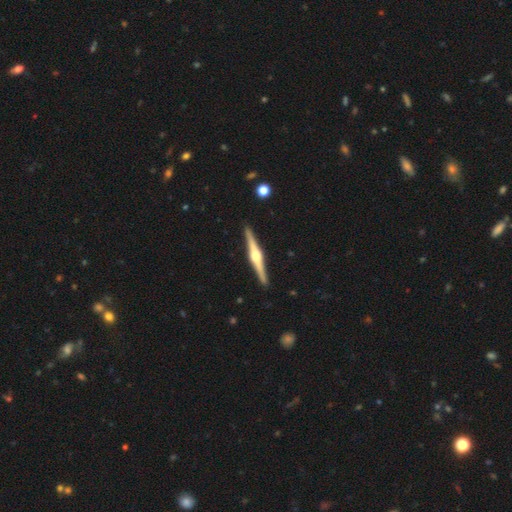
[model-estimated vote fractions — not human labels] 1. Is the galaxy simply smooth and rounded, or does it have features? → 82% featured or disk, 13% smooth, 5% star or artifact.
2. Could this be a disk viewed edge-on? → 99% yes, 1% no.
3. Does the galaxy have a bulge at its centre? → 91% rounded, 6% boxy, 2% none.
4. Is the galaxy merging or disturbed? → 92% none, 6% minor disturbance, 1% major disturbance, 1% merger.